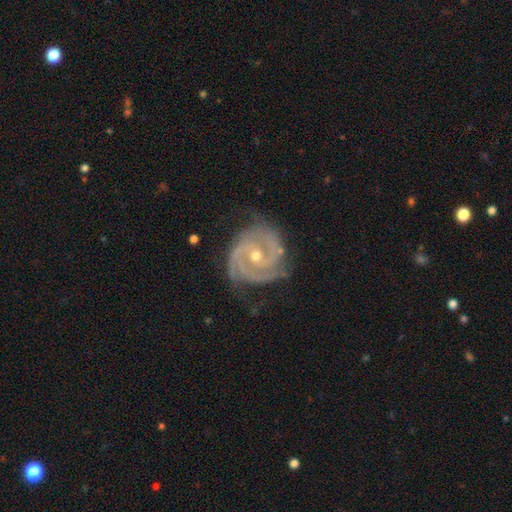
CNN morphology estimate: Smooth or featured: featured or disk — 92% (star or artifact — 4%)
Edge-on disk: no — 98% (yes — 2%)
Bar: no — 62% (weak — 28%)
Spiral arms: yes — 98% (no — 2%)
Spiral winding: tight — 69% (medium — 28%)
Spiral arm count: 3 — 40% (2 — 36%)
Bulge size: moderate — 51% (small — 47%)
Merging: none — 71% (minor disturbance — 21%)